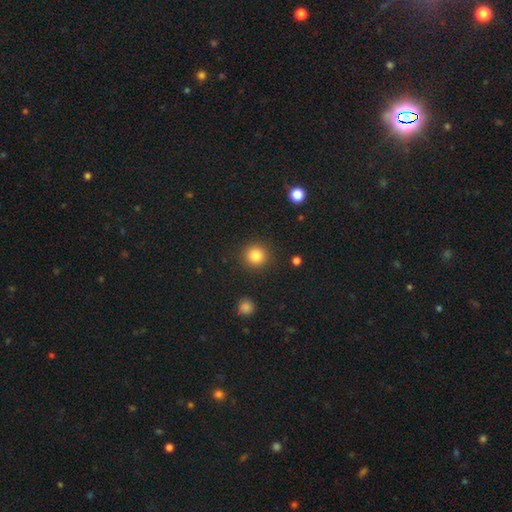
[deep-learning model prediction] smooth_or_featured: smooth (p=0.84) [alt: star or artifact p=0.11]
how_rounded: round (p=0.93) [alt: in between p=0.06]
merging: none (p=0.90) [alt: minor disturbance p=0.06]